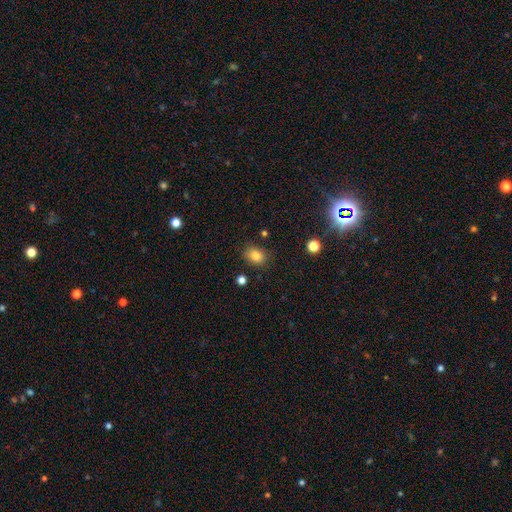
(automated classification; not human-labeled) Smooth or featured? smooth (83%)
How rounded? in between (64%)
Merging? none (83%)